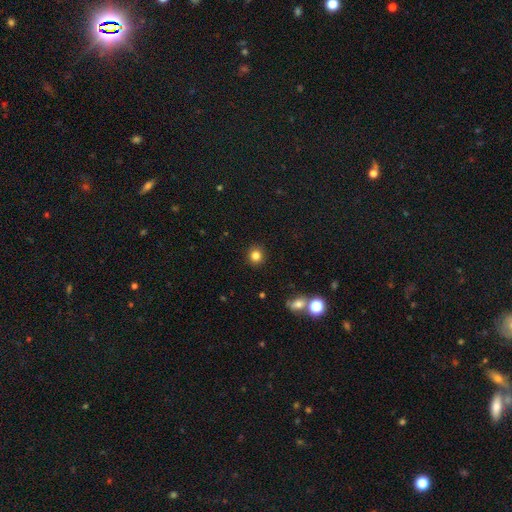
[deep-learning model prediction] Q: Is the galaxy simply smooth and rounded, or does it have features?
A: smooth — 83%.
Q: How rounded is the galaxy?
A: round — 91%.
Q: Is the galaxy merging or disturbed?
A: none — 92%.